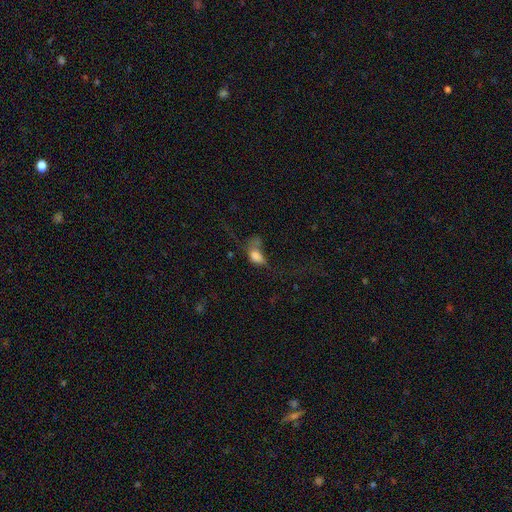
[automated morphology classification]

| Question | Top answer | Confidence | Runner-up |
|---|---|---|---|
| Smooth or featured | smooth | 66% | featured or disk (21%) |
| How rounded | in between | 80% | round (16%) |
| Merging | major disturbance | 48% | none (19%) |